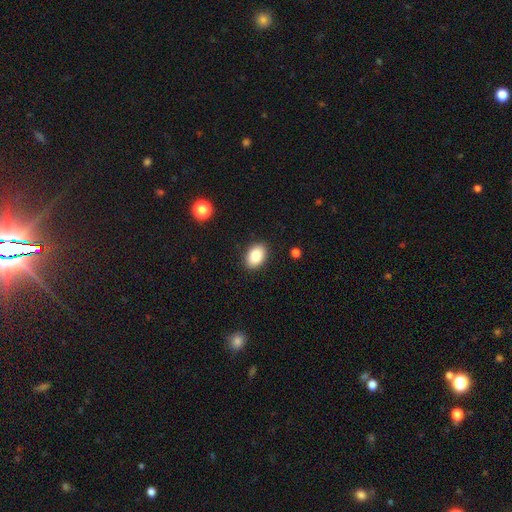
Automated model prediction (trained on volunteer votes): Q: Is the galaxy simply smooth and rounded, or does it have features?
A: smooth — 87%.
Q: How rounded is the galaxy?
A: in between — 85%.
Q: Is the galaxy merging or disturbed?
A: none — 88%.